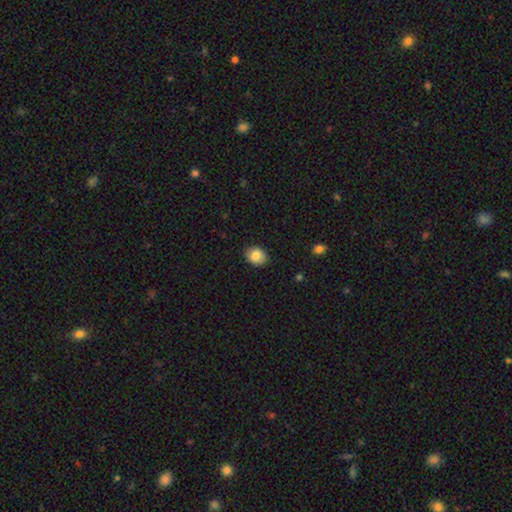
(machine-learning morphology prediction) Smooth or featured?
  - smooth: 86% *
  - star or artifact: 8%
  - featured or disk: 6%
How rounded?
  - in between: 53% *
  - round: 46%
  - cigar-shaped: 1%
Merging?
  - none: 87% *
  - minor disturbance: 10%
  - major disturbance: 2%
  - merger: 1%